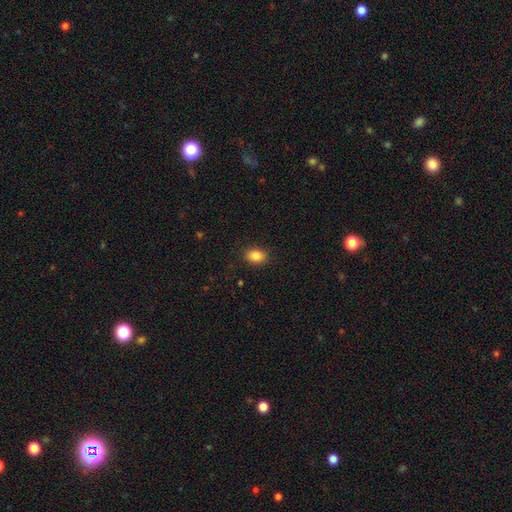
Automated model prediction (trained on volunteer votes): Smooth or featured: smooth — 87% (star or artifact — 9%)
How rounded: in between — 74% (round — 24%)
Merging: none — 88% (minor disturbance — 8%)